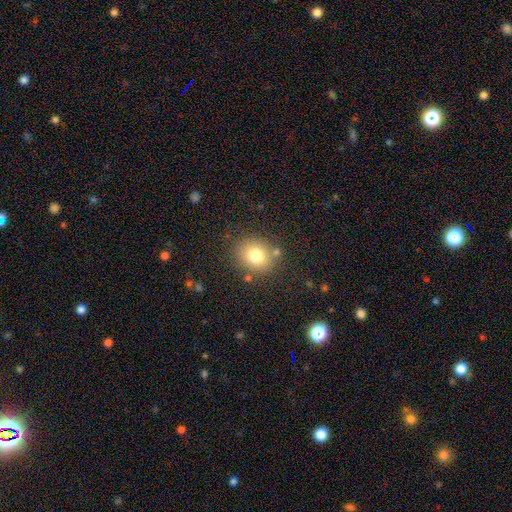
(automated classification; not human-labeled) Smooth or featured? Predicted: smooth (p=0.77). How rounded? Predicted: round (p=0.77). Merging? Predicted: none (p=0.81).